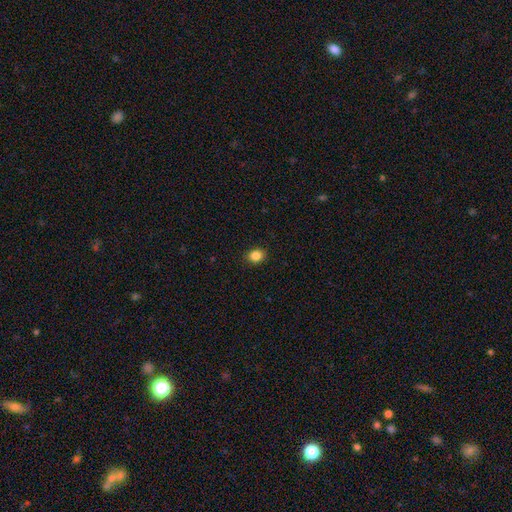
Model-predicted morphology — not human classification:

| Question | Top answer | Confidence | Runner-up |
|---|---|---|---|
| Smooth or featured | smooth | 85% | star or artifact (11%) |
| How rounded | round | 64% | in between (36%) |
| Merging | none | 91% | minor disturbance (6%) |